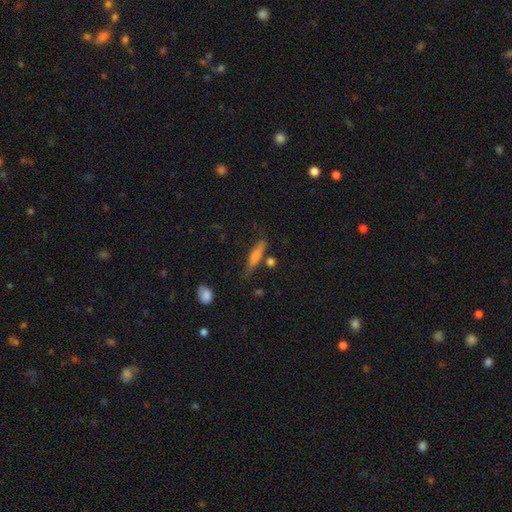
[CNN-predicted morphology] smooth_or_featured: smooth (p=0.58) [alt: featured or disk p=0.35]
how_rounded: cigar-shaped (p=0.76) [alt: in between p=0.21]
merging: none (p=0.67) [alt: minor disturbance p=0.20]